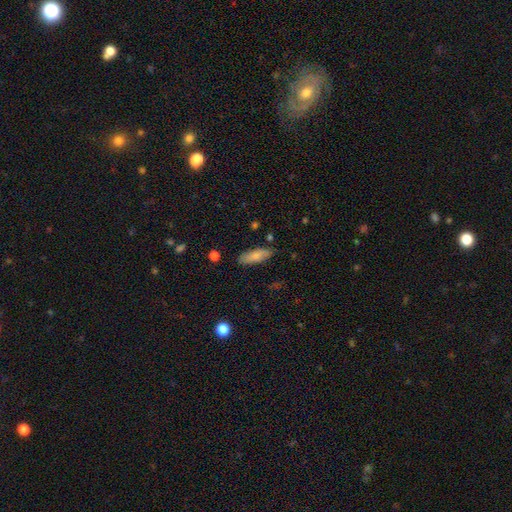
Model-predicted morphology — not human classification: Smooth or featured? smooth (80%)
How rounded? in between (61%)
Merging? none (85%)